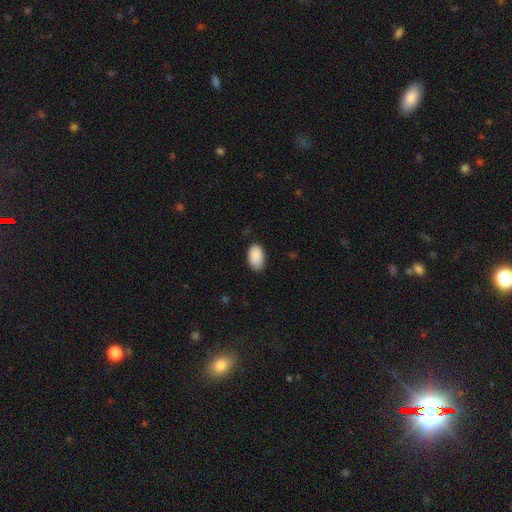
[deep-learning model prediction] Smooth or featured? smooth (90%)
How rounded? in between (93%)
Merging? none (80%)